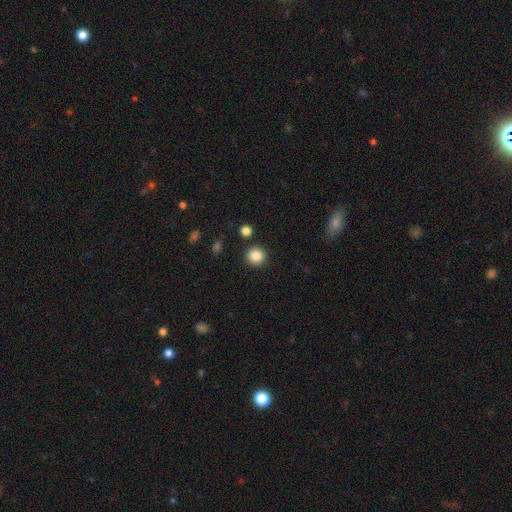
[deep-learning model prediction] A smooth galaxy with no disk features (86%) that is round (93%). Merging: none (90%).